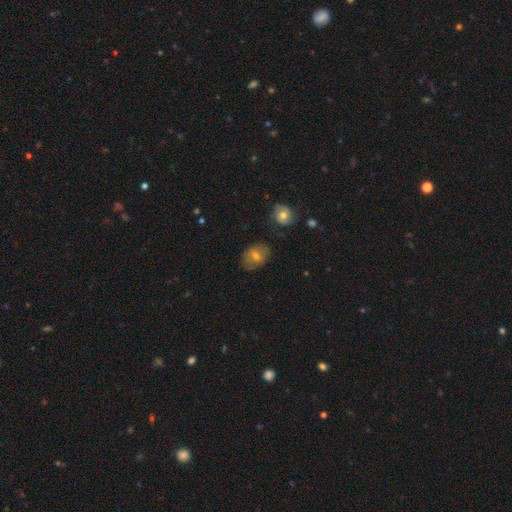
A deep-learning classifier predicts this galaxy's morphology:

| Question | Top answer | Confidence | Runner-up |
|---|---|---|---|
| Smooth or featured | smooth | 60% | featured or disk (30%) |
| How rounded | in between | 65% | round (34%) |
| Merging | none | 73% | minor disturbance (19%) |